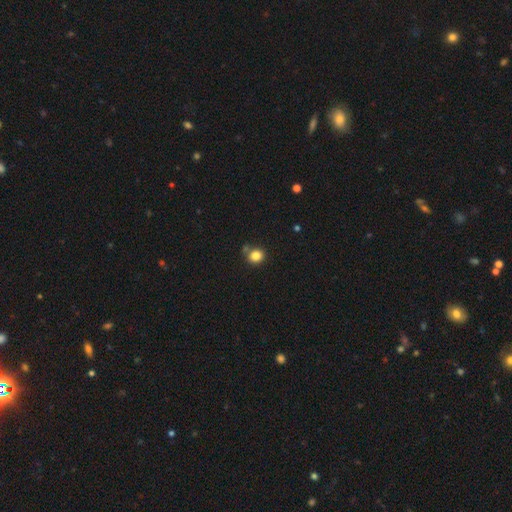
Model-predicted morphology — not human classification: type=smooth (83%); roundness=round (81%); merging=none (71%).